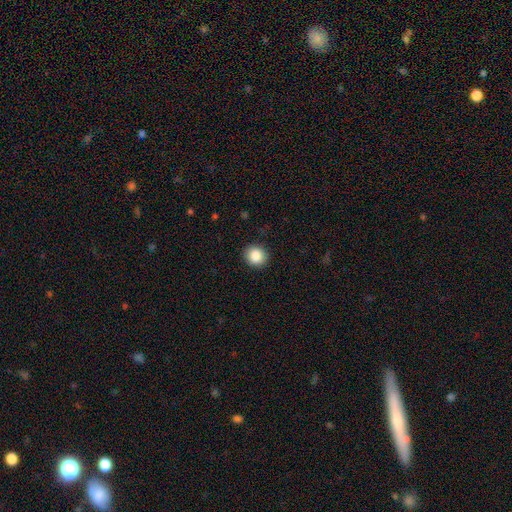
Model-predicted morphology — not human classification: The model was most divided on "how rounded": round: 82%, in between: 17%, cigar-shaped: 1%. More confident: merging — none (90%); smooth or featured — smooth (86%).